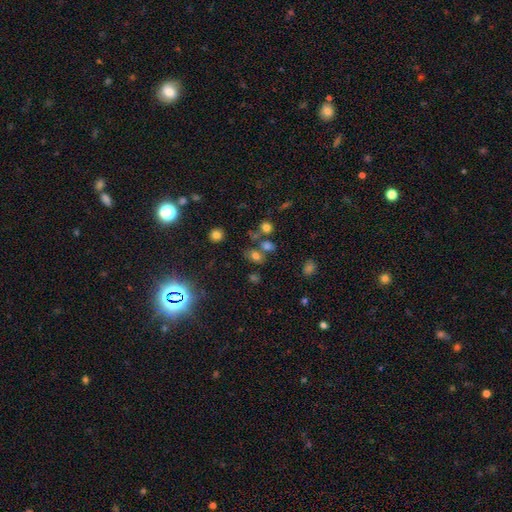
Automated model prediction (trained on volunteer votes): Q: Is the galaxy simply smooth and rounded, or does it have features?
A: smooth — 67%.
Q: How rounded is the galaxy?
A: in between — 66%.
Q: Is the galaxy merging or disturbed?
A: none — 60%.